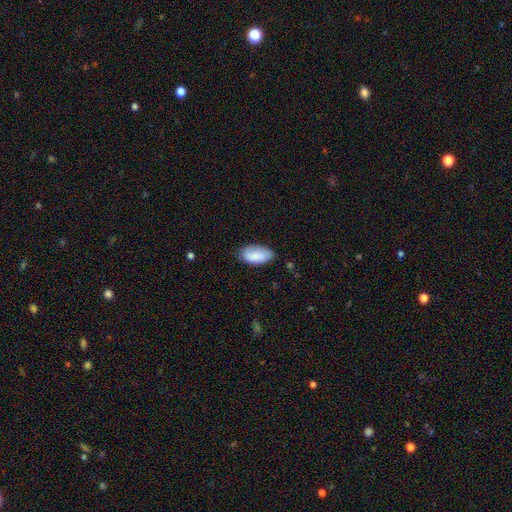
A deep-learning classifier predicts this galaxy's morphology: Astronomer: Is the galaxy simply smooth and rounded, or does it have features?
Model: smooth — 84%.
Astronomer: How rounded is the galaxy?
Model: in between — 95%.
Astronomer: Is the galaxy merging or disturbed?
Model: none — 73%.